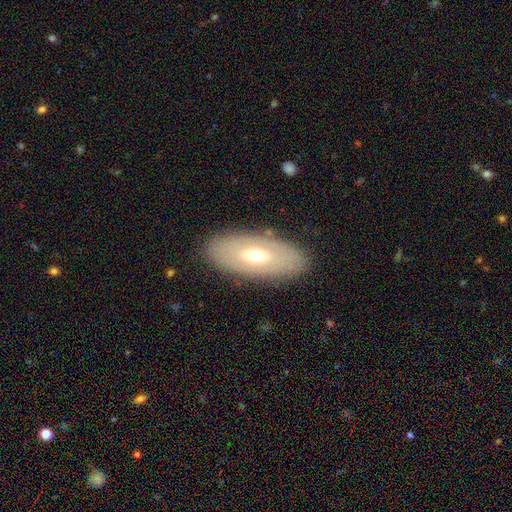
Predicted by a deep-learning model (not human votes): smooth-or-featured: smooth: 47% | featured or disk: 46% | star or artifact: 7%
  merging: none: 85% | minor disturbance: 10% | major disturbance: 3% | merger: 1%